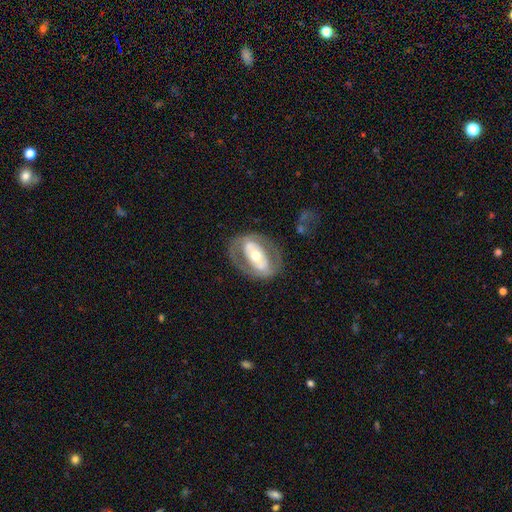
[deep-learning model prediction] Morphology: type=featured or disk (66%); edge-on=no (92%); bar=no (56%); spiral arms=no (68%); bulge=moderate (64%); merging=none (68%).